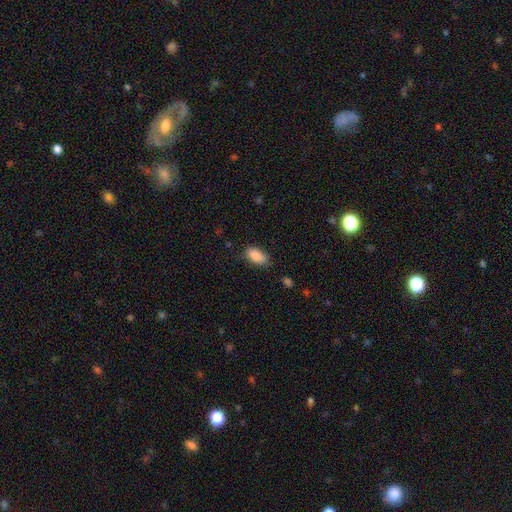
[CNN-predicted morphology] A smooth galaxy with no disk features (88%) that is in between round and cigar-shaped (92%). Merging: none (77%).